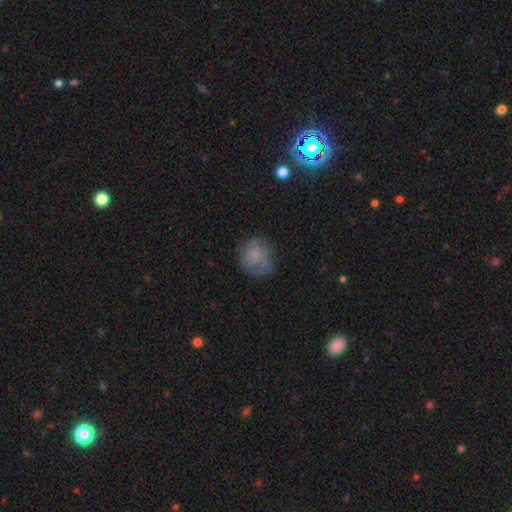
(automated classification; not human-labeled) Smooth or featured? Predicted: smooth (p=0.56). How rounded? Predicted: round (p=0.73). Merging? Predicted: none (p=0.58).